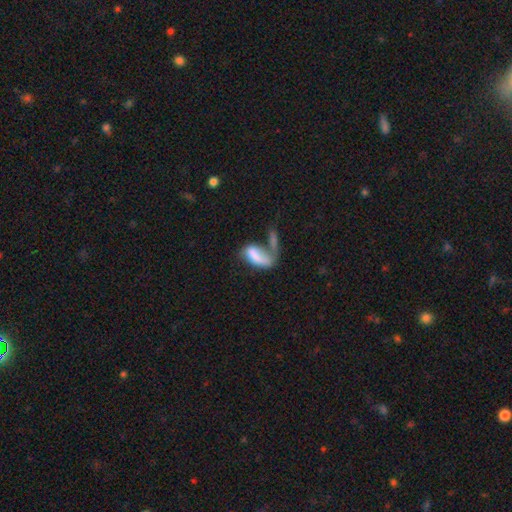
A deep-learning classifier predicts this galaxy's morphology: A smooth galaxy with no disk features (67%) that is in between round and cigar-shaped (82%). Merging: merger (40%).